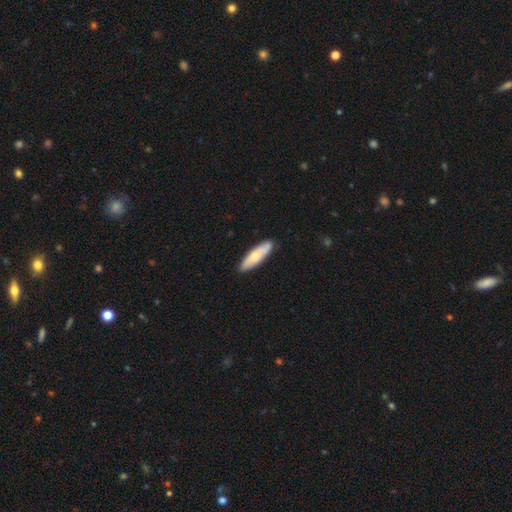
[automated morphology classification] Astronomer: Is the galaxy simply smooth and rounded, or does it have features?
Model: smooth — 64%.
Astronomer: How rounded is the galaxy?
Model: cigar-shaped — 62%.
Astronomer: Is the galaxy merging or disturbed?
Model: none — 84%.